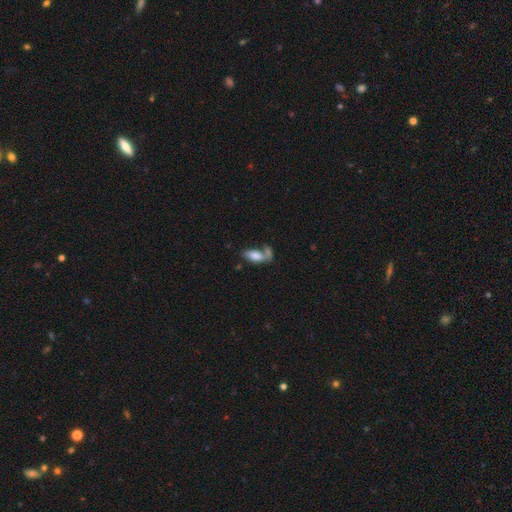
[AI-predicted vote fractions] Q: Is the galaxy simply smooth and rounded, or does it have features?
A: smooth — 71%.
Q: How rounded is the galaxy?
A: in between — 82%.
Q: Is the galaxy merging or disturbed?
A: merger — 40%.